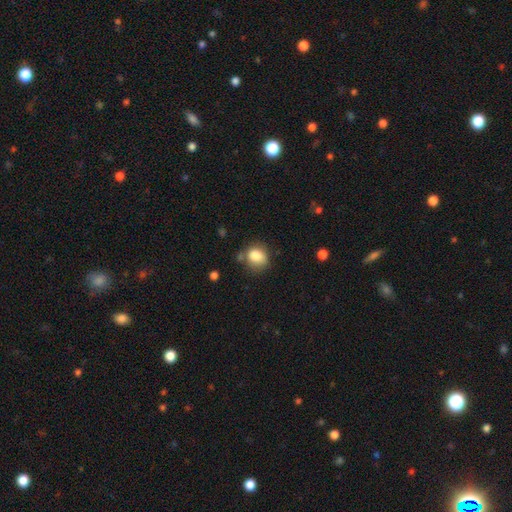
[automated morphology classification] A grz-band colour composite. It shows a smooth galaxy with no disk features (84%) that is round (72%). Merging: none (62%).